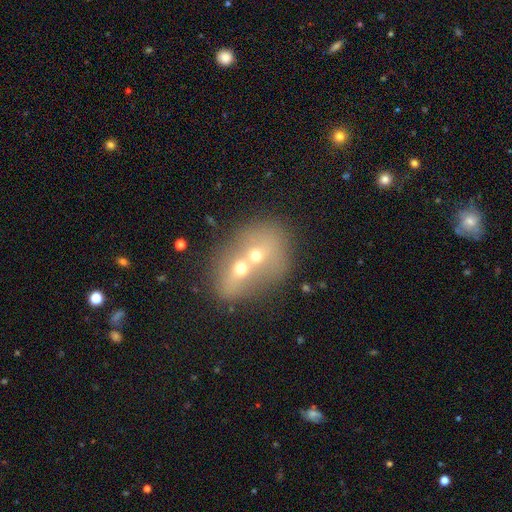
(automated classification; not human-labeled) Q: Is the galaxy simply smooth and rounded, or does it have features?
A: smooth — 52%.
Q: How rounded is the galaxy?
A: round — 65%.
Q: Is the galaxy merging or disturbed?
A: merger — 76%.